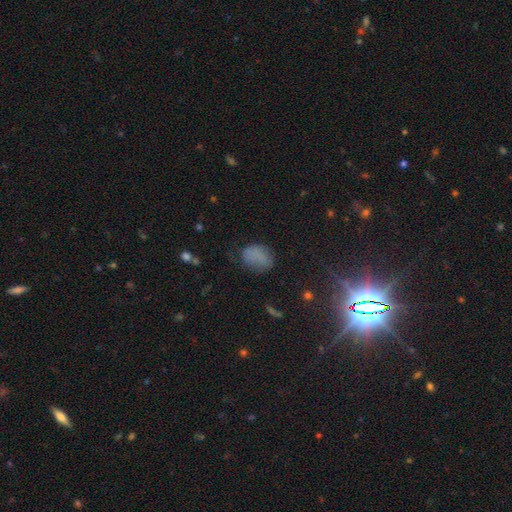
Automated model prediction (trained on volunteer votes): Smooth or featured? Predicted: smooth (p=0.71). How rounded? Predicted: in between (p=0.79). Merging? Predicted: none (p=0.60).